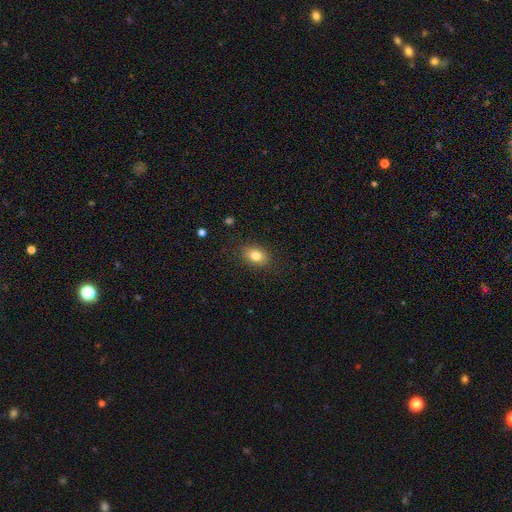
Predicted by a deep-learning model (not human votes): Overall: smooth (82%). How rounded: in between (73%). Merging: none (86%).